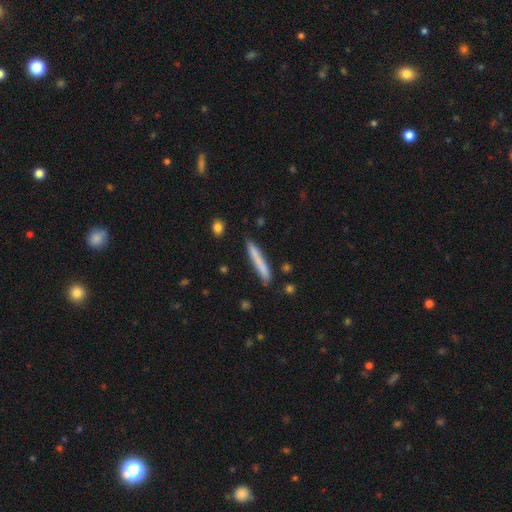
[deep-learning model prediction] A smooth galaxy with no disk features (75%) that is cigar-shaped (96%).

Vote fractions:
- Smooth or featured? smooth: 75% / featured or disk: 19% / star or artifact: 6%
- How rounded? cigar-shaped: 96% / in between: 3% / round: 1%
- Merging? none: 85% / minor disturbance: 11% / merger: 2% / major disturbance: 2%